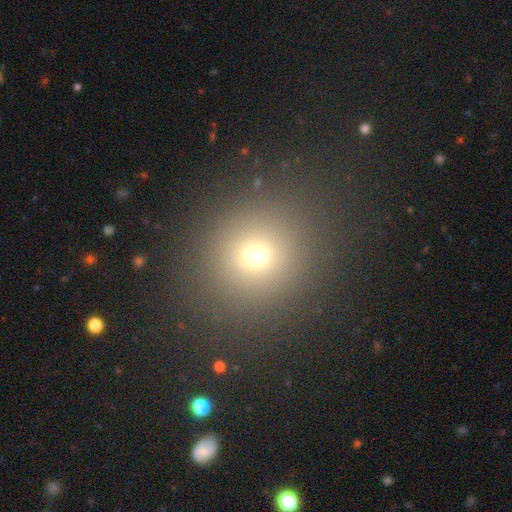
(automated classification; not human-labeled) Smooth or featured? smooth (68%)
How rounded? round (88%)
Merging? none (85%)